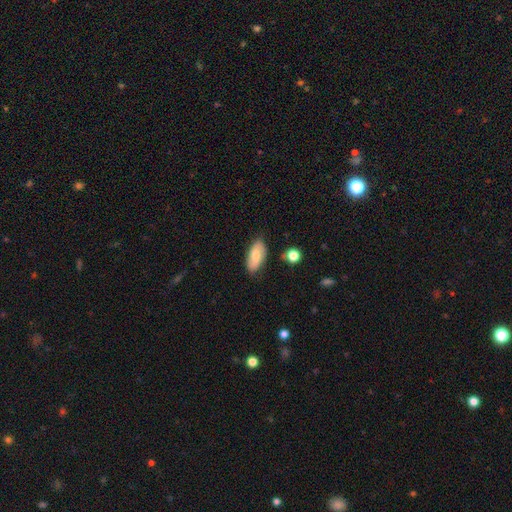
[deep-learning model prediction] Morphology: type=smooth (67%); roundness=in between (90%); merging=none (79%).